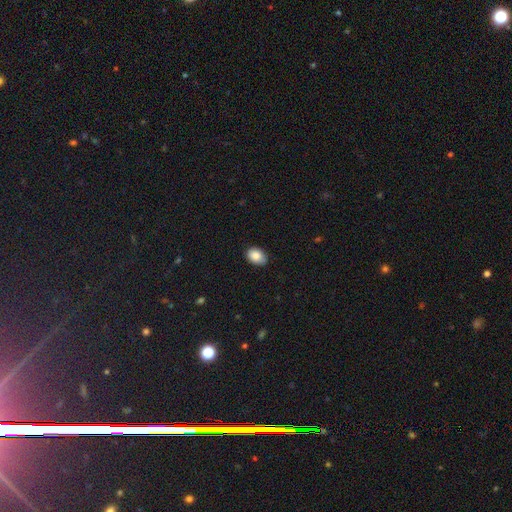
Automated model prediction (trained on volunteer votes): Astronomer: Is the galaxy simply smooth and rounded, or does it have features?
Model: smooth — 87%.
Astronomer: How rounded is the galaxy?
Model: in between — 80%.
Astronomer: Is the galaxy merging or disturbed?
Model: none — 84%.